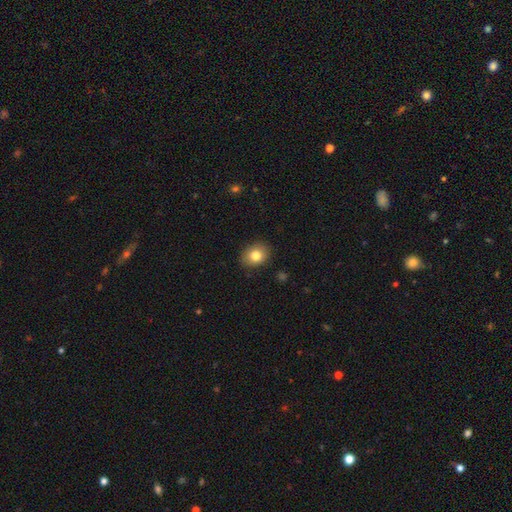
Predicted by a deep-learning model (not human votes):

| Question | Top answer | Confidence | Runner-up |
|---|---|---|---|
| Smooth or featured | smooth | 81% | star or artifact (10%) |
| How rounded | in between | 51% | round (48%) |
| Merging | none | 88% | minor disturbance (9%) |